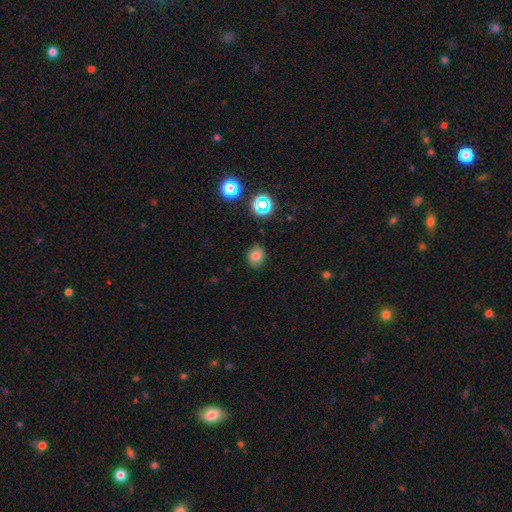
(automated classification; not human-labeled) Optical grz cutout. It shows a smooth galaxy with no disk features (70%) that is in between round and cigar-shaped (50%). Merging: none (82%).